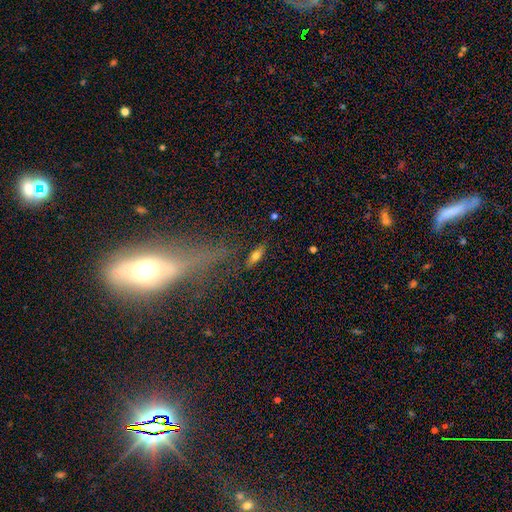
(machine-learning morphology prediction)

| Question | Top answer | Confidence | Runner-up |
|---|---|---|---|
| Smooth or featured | smooth | 67% | featured or disk (25%) |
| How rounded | in between | 72% | cigar-shaped (25%) |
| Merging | none | 82% | minor disturbance (12%) |